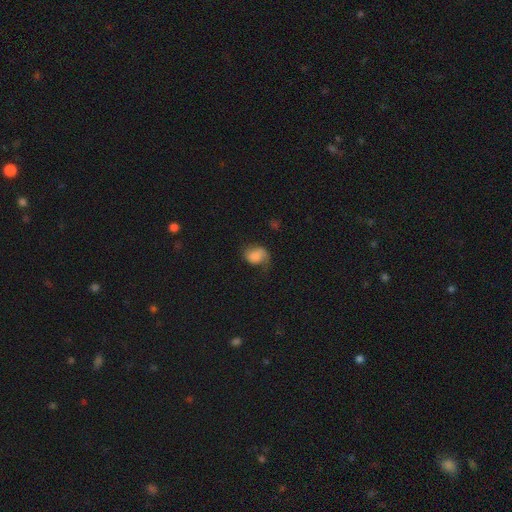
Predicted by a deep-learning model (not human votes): smooth 62%, featured or disk 28%, star or artifact 10%. Down the decision tree: how rounded — in between (63%); merging — none (40%).